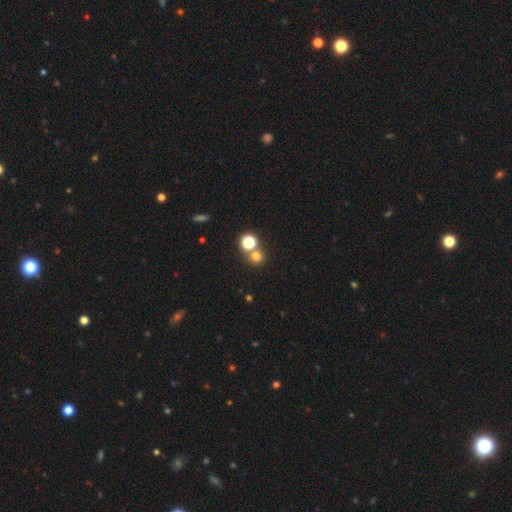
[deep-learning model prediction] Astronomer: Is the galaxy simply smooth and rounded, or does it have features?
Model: smooth — 70%.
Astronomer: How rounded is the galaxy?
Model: round — 90%.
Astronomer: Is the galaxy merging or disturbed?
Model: none — 63%.